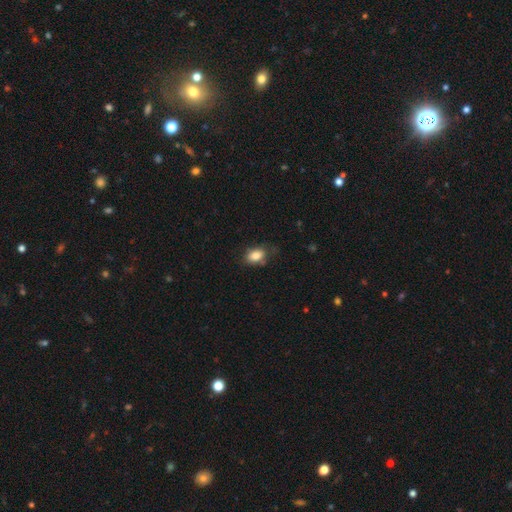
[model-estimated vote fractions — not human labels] smooth-or-featured: smooth: 85% | star or artifact: 9% | featured or disk: 7%
  how-rounded: in between: 83% | round: 15% | cigar-shaped: 2%
  merging: none: 65% | minor disturbance: 25% | major disturbance: 7% | merger: 3%